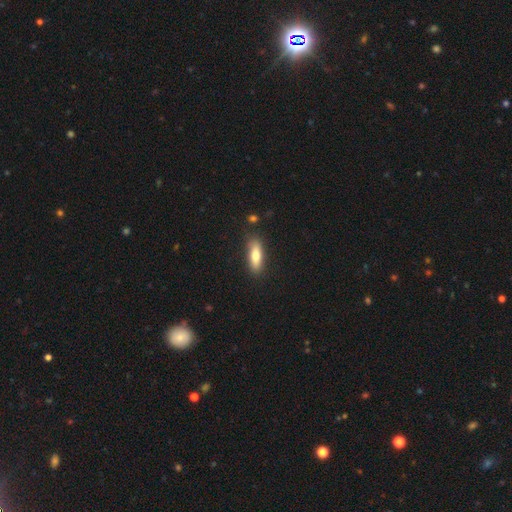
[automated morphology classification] Smooth or featured?
  - smooth: 74% *
  - featured or disk: 19%
  - star or artifact: 6%
How rounded?
  - in between: 54% *
  - cigar-shaped: 44%
  - round: 2%
Merging?
  - none: 84% *
  - minor disturbance: 12%
  - major disturbance: 3%
  - merger: 2%